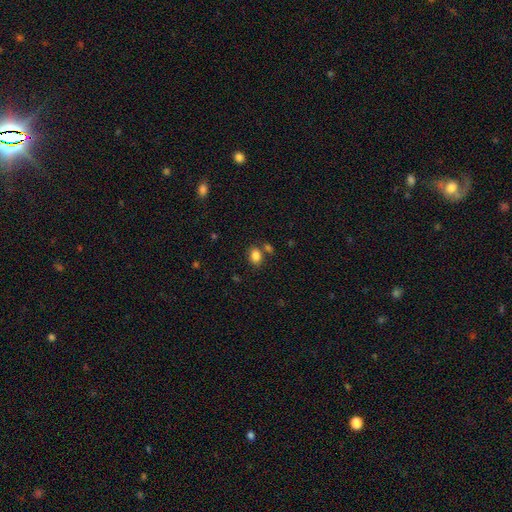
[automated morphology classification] A smooth galaxy with no disk features (85%) that is in between round and cigar-shaped (70%). Merging: none (71%).